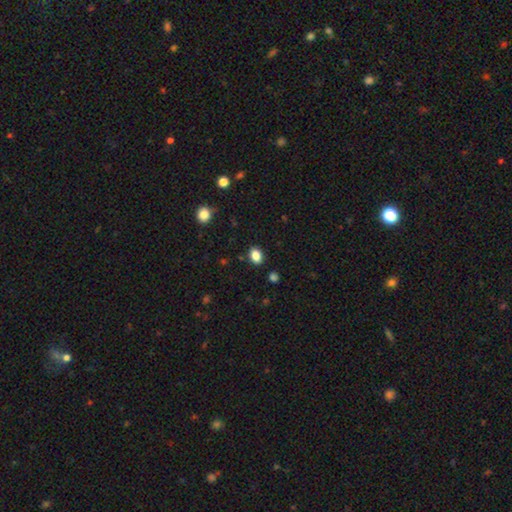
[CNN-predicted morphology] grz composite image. It shows a smooth galaxy with no disk features (86%) that is in between round and cigar-shaped (74%). Merging: none (87%).